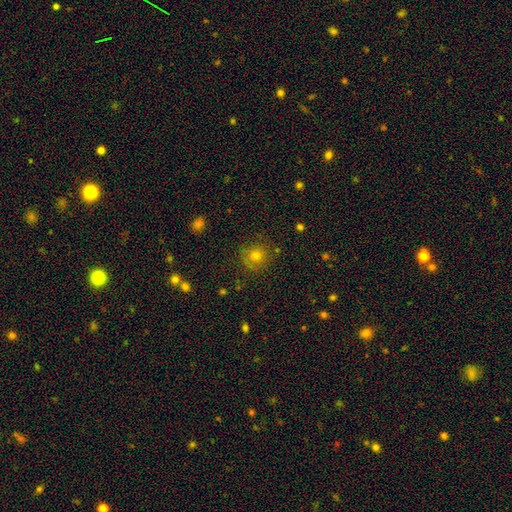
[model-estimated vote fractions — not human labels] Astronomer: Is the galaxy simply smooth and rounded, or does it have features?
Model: smooth — 67%.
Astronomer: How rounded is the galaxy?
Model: round — 90%.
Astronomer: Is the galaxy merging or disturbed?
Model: none — 82%.